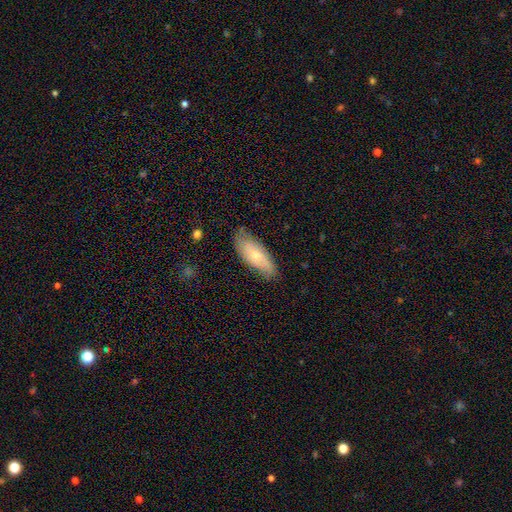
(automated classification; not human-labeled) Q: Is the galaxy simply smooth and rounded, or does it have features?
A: smooth — 55%.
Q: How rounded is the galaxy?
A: in between — 78%.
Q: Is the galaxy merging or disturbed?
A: none — 70%.